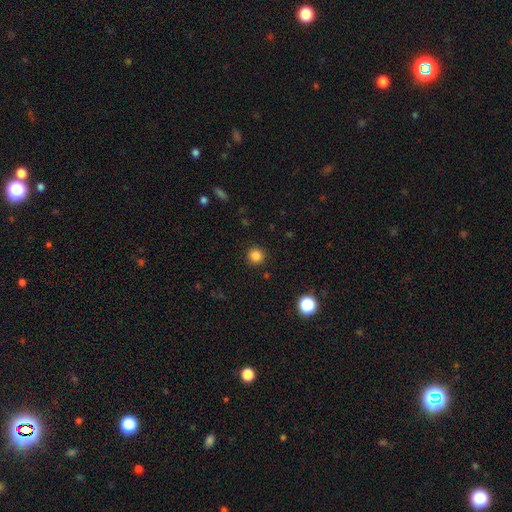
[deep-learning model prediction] Morphology: type=smooth (84%); roundness=round (93%); merging=none (91%).